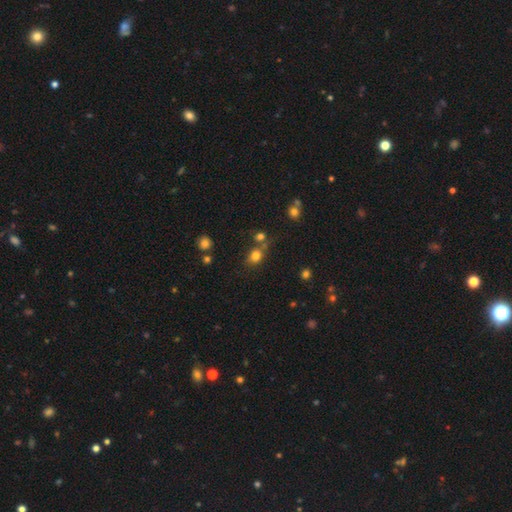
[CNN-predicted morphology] Smooth or featured: smooth — 78% (star or artifact — 15%)
How rounded: round — 56% (in between — 43%)
Merging: none — 62% (merger — 21%)